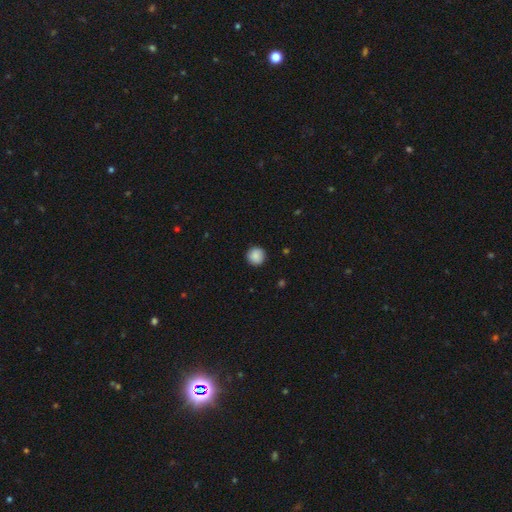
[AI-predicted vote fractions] smooth-or-featured: smooth: 88% | star or artifact: 8% | featured or disk: 4%
  how-rounded: round: 95% | in between: 5% | cigar-shaped: 1%
  merging: none: 90% | minor disturbance: 7% | major disturbance: 2% | merger: 1%